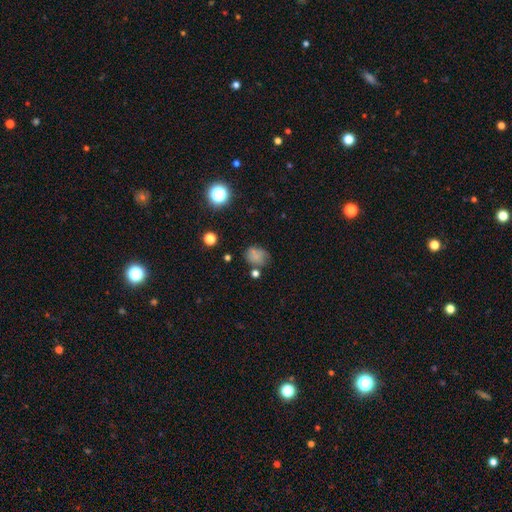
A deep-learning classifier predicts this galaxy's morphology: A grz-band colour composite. It shows a smooth galaxy with no disk features (66%) that is round (58%). Merging: none (53%).